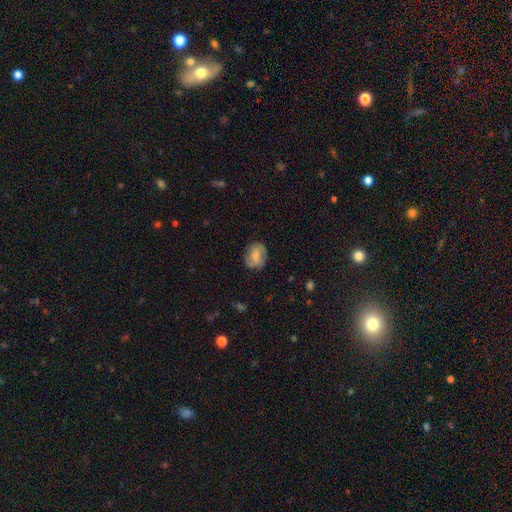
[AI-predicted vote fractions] This appears to be a smooth galaxy with no disk features (51%) that is round (60%). Merging: none (77%).